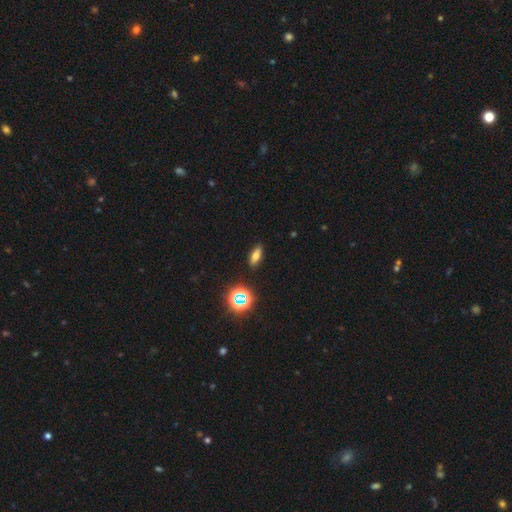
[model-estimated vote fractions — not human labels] smooth-or-featured: smooth: 64% | featured or disk: 19% | star or artifact: 17%
  how-rounded: in between: 68% | cigar-shaped: 25% | round: 7%
  merging: none: 87% | minor disturbance: 9% | major disturbance: 2% | merger: 1%